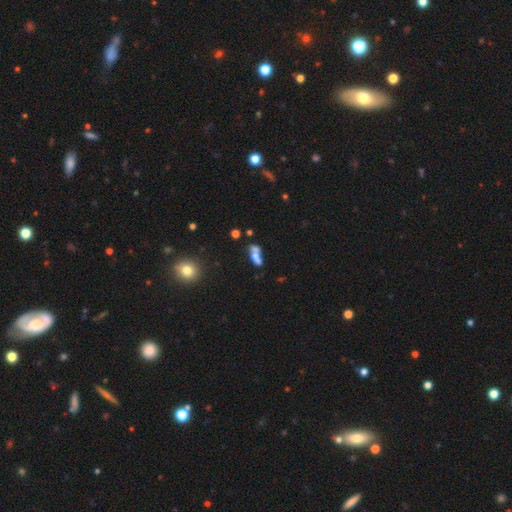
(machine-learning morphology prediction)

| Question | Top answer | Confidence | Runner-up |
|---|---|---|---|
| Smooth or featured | smooth | 57% | featured or disk (30%) |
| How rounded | in between | 67% | cigar-shaped (20%) |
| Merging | merger | 54% | none (27%) |